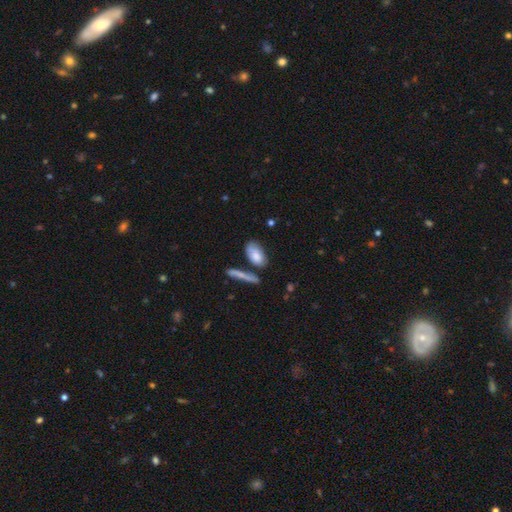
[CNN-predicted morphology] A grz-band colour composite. It shows a smooth galaxy with no disk features (76%) that is in between round and cigar-shaped (85%). Merging: none (58%).